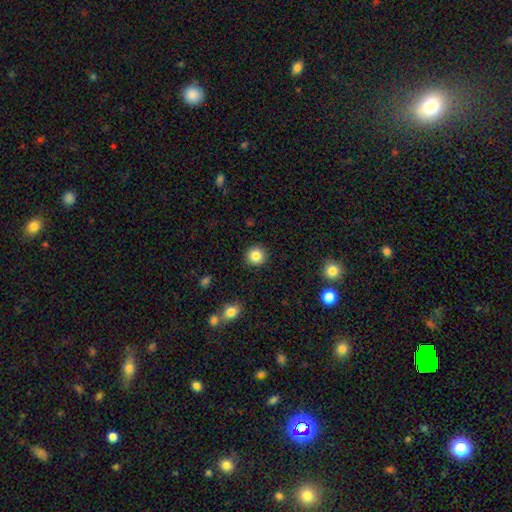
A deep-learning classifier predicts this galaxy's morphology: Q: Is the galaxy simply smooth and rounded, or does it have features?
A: smooth — 85%.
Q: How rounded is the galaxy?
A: round — 93%.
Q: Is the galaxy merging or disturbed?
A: none — 91%.